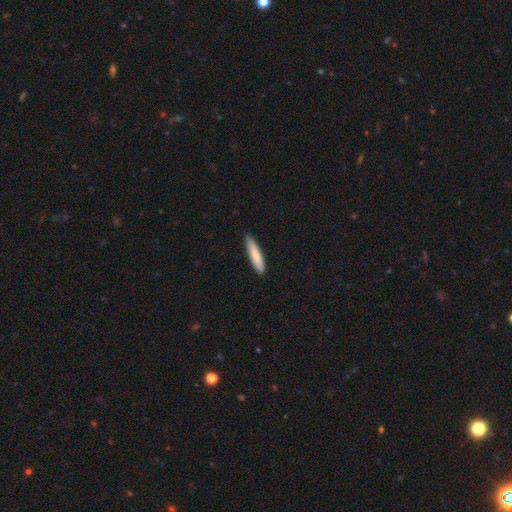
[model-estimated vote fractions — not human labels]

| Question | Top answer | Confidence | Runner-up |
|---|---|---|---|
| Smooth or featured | smooth | 82% | featured or disk (12%) |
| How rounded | cigar-shaped | 86% | in between (13%) |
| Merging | none | 88% | minor disturbance (10%) |